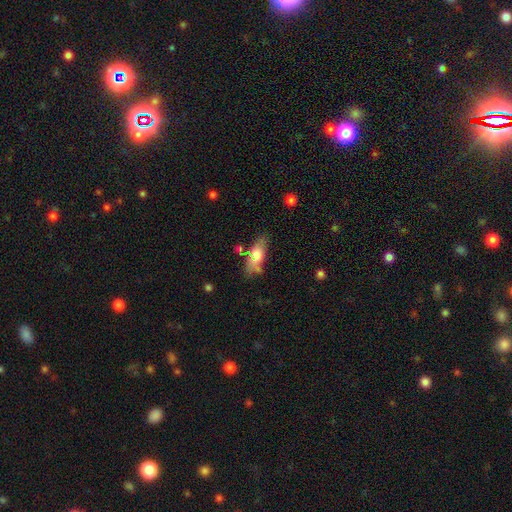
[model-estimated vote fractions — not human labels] Smooth or featured? smooth (64%)
How rounded? in between (69%)
Merging? none (59%)